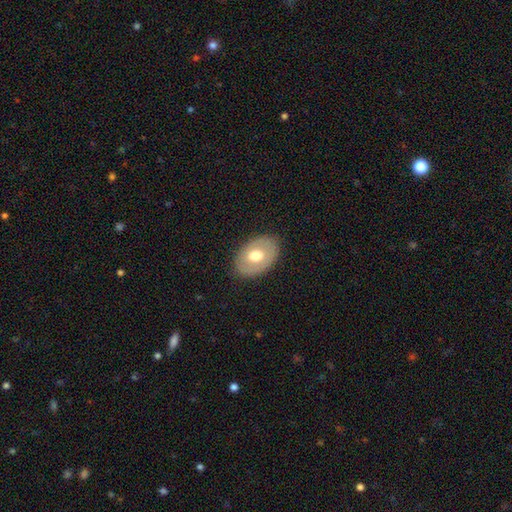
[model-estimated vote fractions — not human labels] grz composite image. It shows a smooth galaxy with no disk features (58%) that is in between round and cigar-shaped (81%). Merging: none (84%).